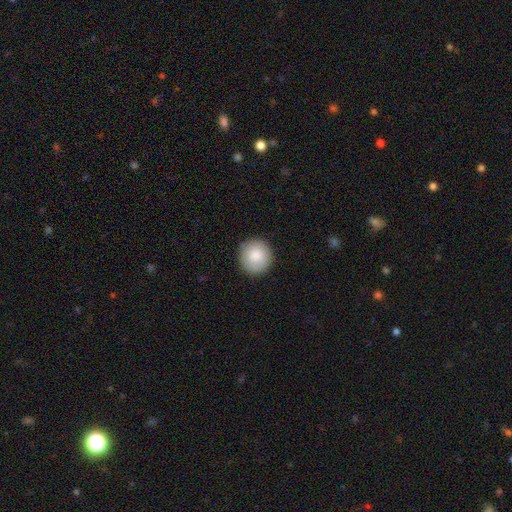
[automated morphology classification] Smooth or featured? smooth (87%)
How rounded? round (93%)
Merging? none (90%)